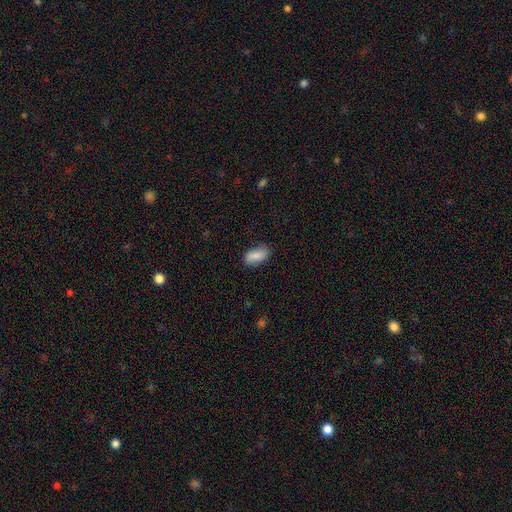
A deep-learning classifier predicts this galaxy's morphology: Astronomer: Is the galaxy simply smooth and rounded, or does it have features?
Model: smooth — 79%.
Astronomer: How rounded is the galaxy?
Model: in between — 90%.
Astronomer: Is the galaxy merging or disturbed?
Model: none — 76%.